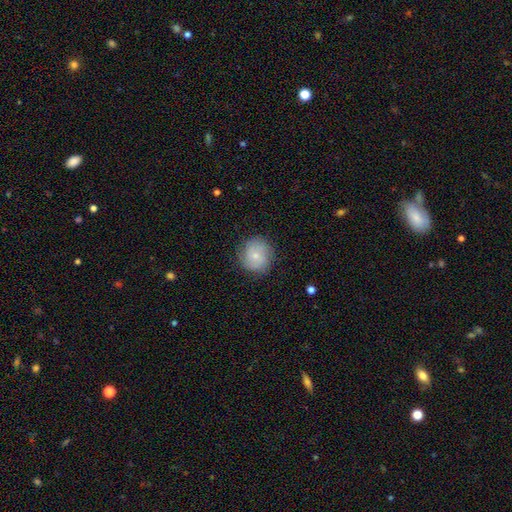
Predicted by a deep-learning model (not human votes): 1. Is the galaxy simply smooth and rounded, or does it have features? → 65% smooth, 28% featured or disk, 8% star or artifact.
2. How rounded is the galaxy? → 88% round, 11% in between, 1% cigar-shaped.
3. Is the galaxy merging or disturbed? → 80% none, 14% minor disturbance, 4% major disturbance, 1% merger.